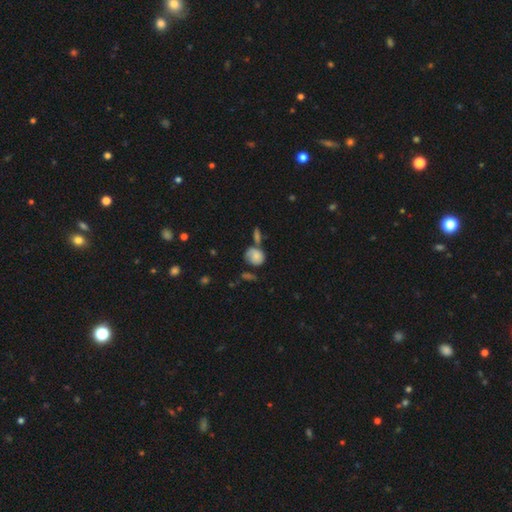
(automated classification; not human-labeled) The model was most divided on "merging": none: 39%, merger: 26%, minor disturbance: 23%, major disturbance: 12%. More confident: smooth or featured — smooth (67%); how rounded — round (60%).